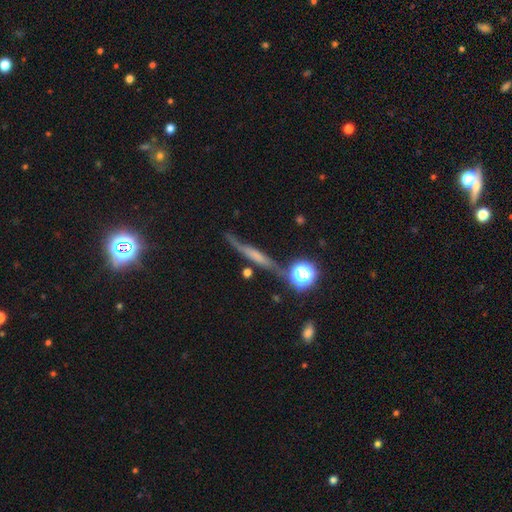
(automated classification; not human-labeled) featured or disk 50%, smooth 37%, star or artifact 14%. Down the decision tree: merging — none (68%).